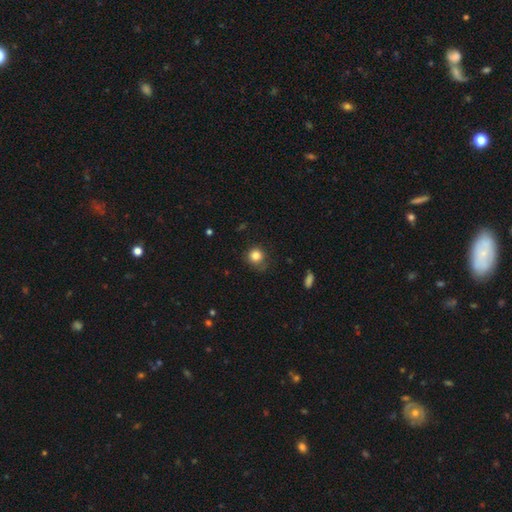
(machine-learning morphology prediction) smooth-or-featured: smooth: 83% | star or artifact: 12% | featured or disk: 6%
  how-rounded: round: 88% | in between: 11% | cigar-shaped: 1%
  merging: none: 72% | minor disturbance: 21% | major disturbance: 6% | merger: 1%